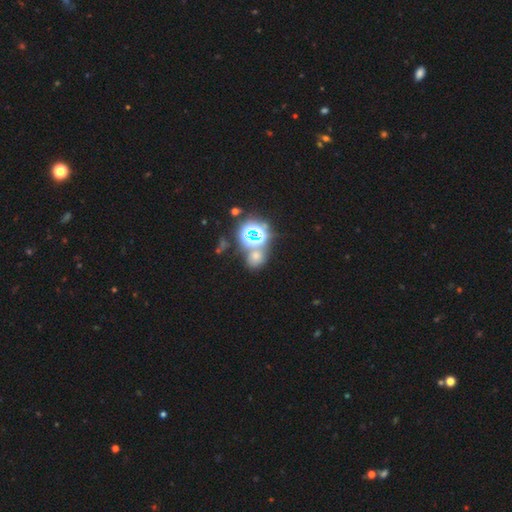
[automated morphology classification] Smooth or featured: smooth — 47% (star or artifact — 45%)
Merging: none — 63% (merger — 21%)